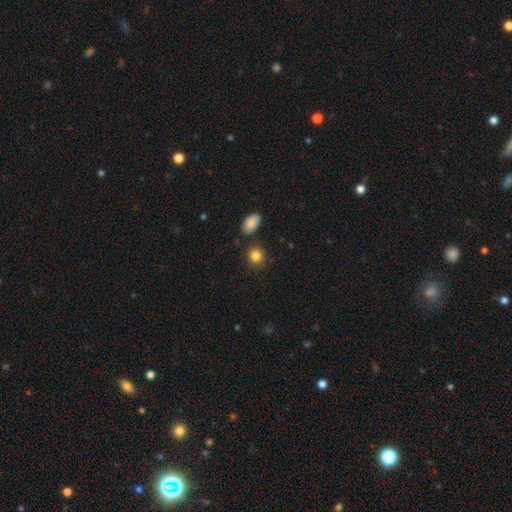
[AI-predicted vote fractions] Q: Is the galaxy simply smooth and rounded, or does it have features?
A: smooth — 85%.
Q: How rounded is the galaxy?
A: round — 80%.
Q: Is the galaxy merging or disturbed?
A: none — 84%.